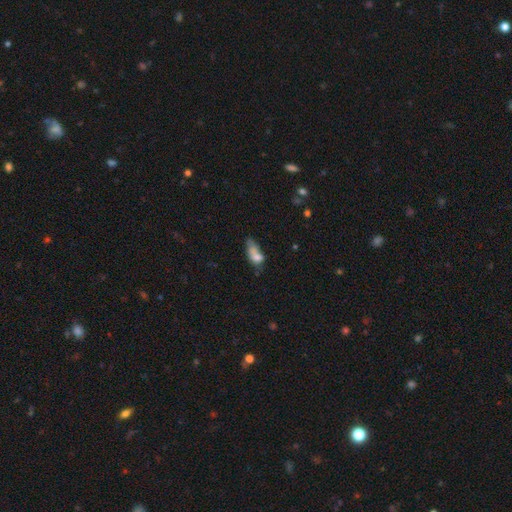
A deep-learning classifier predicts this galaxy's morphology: smooth 68%, featured or disk 20%, star or artifact 11%. Down the decision tree: how rounded — in between (82%); merging — minor disturbance (28%).